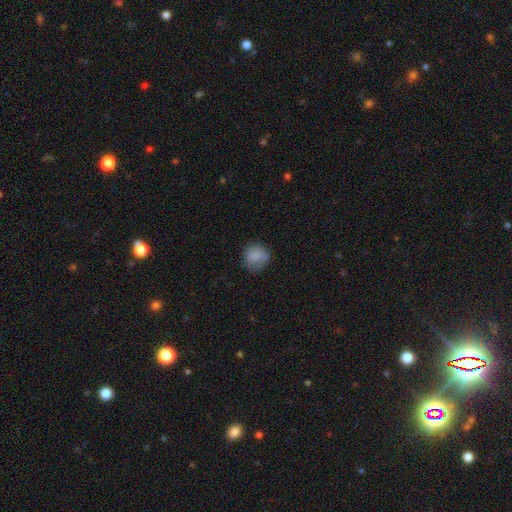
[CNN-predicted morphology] smooth 83%, star or artifact 9%, featured or disk 8%. Down the decision tree: how rounded — round (81%); merging — none (72%).